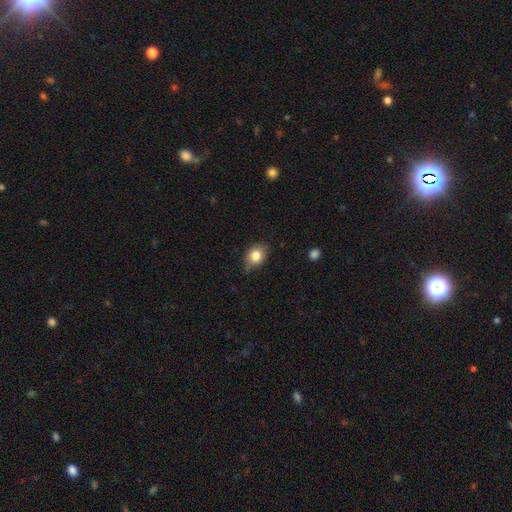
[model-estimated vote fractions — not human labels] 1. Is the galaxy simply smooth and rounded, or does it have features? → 82% smooth, 9% star or artifact, 9% featured or disk.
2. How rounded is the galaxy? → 51% in between, 48% round, 1% cigar-shaped.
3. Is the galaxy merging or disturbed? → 69% none, 25% minor disturbance, 5% major disturbance, 2% merger.